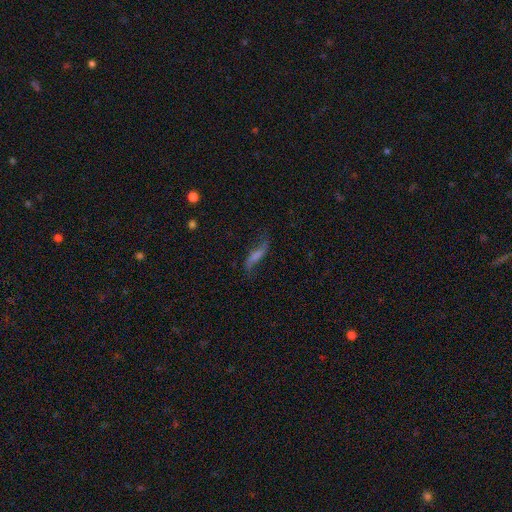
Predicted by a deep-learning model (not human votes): A featured or disk galaxy (68%) with no bar (40%), spiral arms (90%) and no central bulge (42%). Merging: none (69%).